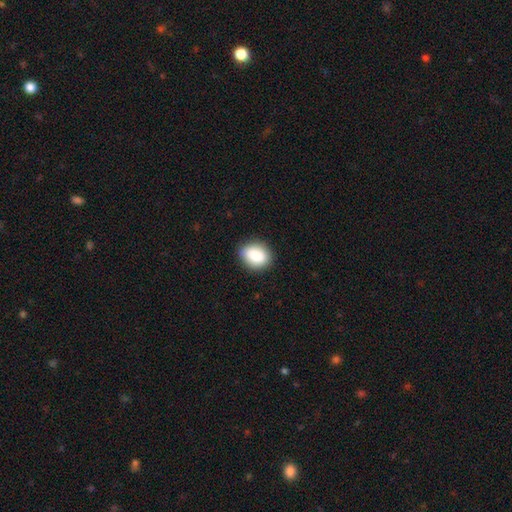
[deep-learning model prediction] smooth-or-featured: smooth: 87% | star or artifact: 8% | featured or disk: 5%
  how-rounded: in between: 56% | round: 42% | cigar-shaped: 1%
  merging: none: 83% | minor disturbance: 13% | major disturbance: 3% | merger: 1%